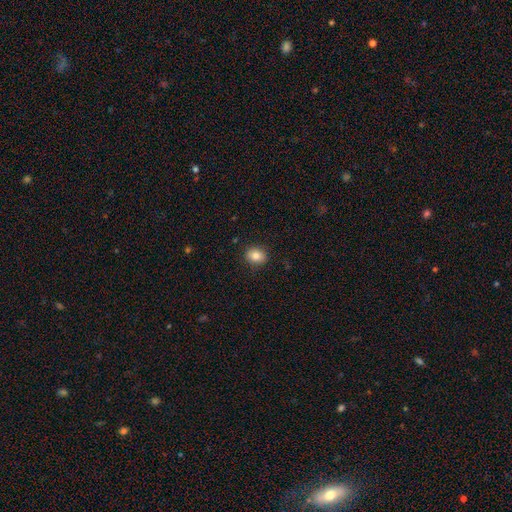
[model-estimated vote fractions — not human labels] Smooth or featured: smooth — 83% (star or artifact — 10%)
How rounded: round — 57% (in between — 42%)
Merging: none — 87% (minor disturbance — 10%)